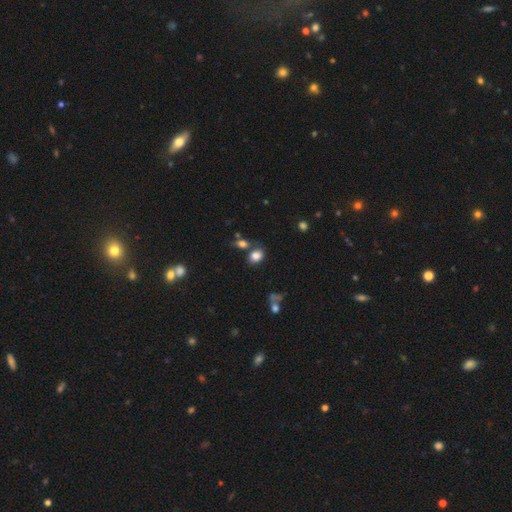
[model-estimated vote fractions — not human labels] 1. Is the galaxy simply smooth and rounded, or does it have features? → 83% smooth, 11% star or artifact, 6% featured or disk.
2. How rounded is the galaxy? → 63% in between, 36% round, 1% cigar-shaped.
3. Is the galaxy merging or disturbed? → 63% none, 18% merger, 13% minor disturbance, 5% major disturbance.